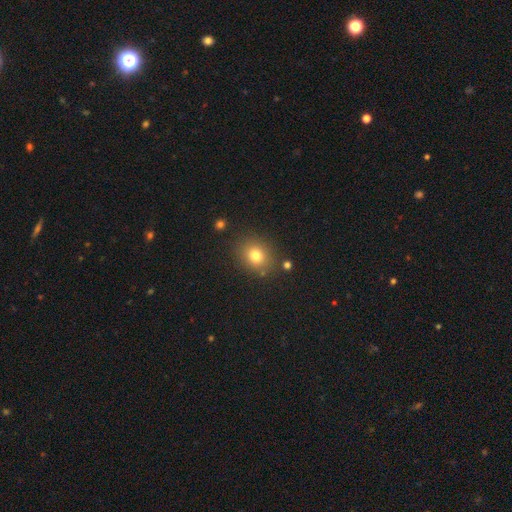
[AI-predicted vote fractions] Smooth or featured? Predicted: smooth (p=0.77). How rounded? Predicted: round (p=0.70). Merging? Predicted: none (p=0.83).